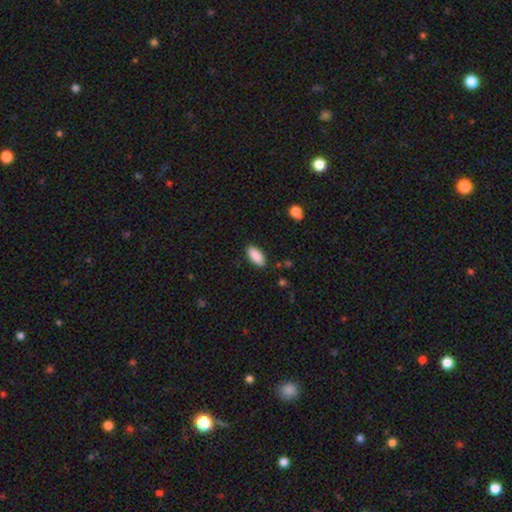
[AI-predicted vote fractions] smooth_or_featured: smooth (p=0.90) [alt: star or artifact p=0.07]
how_rounded: in between (p=0.87) [alt: cigar-shaped p=0.11]
merging: none (p=0.88) [alt: minor disturbance p=0.09]